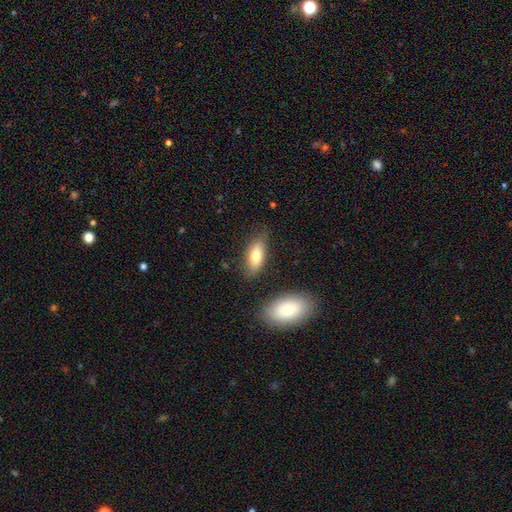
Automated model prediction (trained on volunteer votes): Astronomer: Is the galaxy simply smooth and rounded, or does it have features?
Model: smooth — 75%.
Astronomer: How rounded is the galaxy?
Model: in between — 79%.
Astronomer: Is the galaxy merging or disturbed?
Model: none — 75%.